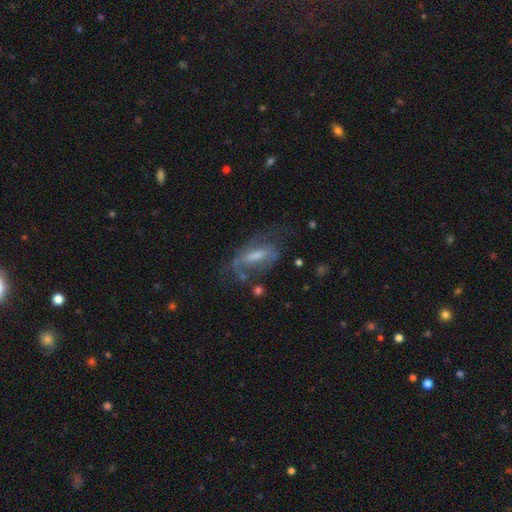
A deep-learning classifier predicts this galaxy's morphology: smooth-or-featured: featured or disk: 60% | smooth: 30% | star or artifact: 10%
  disk-edge-on: no: 82% | yes: 18%
  merging: none: 43% | major disturbance: 29% | minor disturbance: 24% | merger: 5%